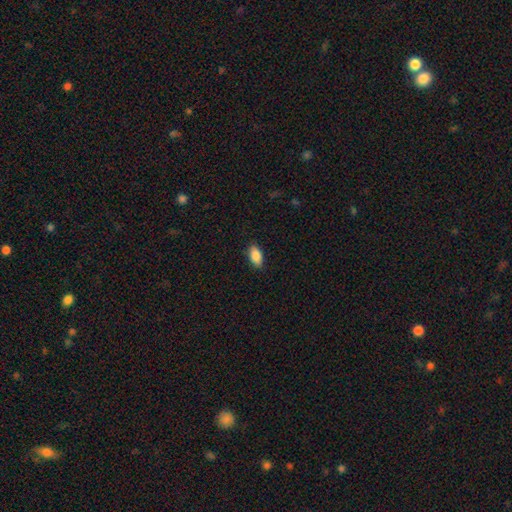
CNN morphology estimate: type=smooth (87%); roundness=in between (92%); merging=none (88%).